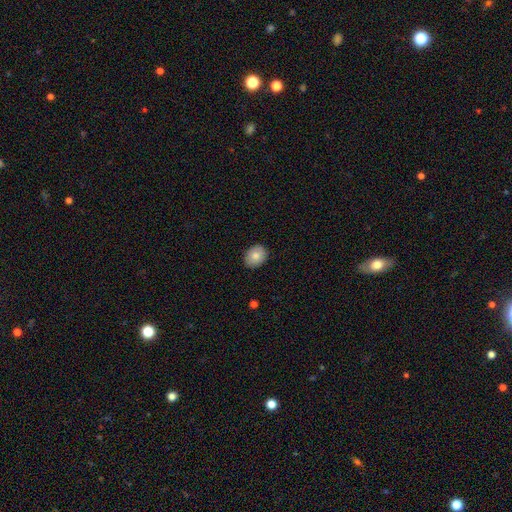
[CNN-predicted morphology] A smooth galaxy with no disk features (82%) that is in between round and cigar-shaped (63%). Merging: none (88%).